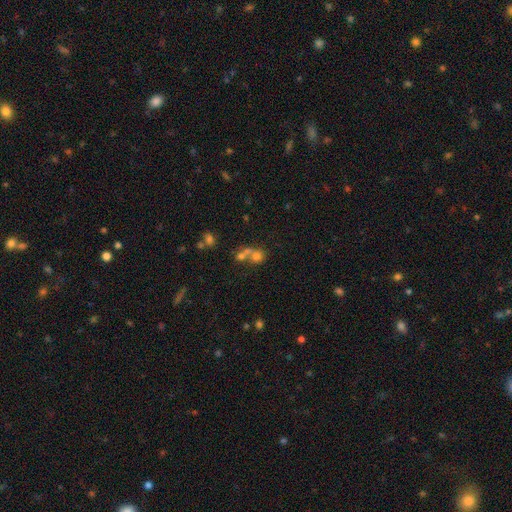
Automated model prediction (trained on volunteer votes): Overall: smooth (64%). How rounded: round (78%). Merging: merger (55%; none 34%).